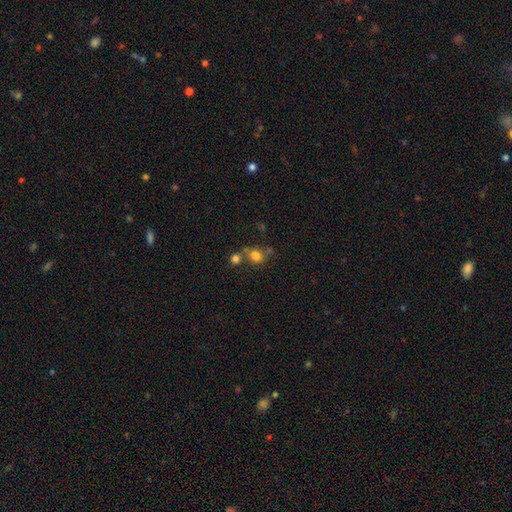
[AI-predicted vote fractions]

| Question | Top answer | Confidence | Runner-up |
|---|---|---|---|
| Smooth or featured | smooth | 78% | star or artifact (13%) |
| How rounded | round | 72% | in between (27%) |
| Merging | none | 53% | merger (31%) |